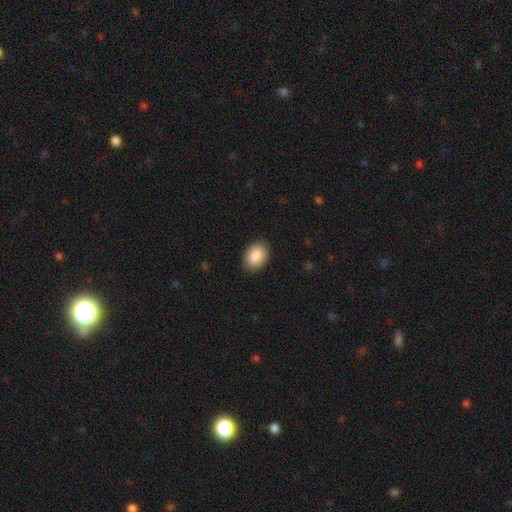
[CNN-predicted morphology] smooth-or-featured: smooth: 88% | star or artifact: 7% | featured or disk: 5%
  how-rounded: in between: 77% | round: 22% | cigar-shaped: 1%
  merging: none: 88% | minor disturbance: 9% | major disturbance: 2% | merger: 1%